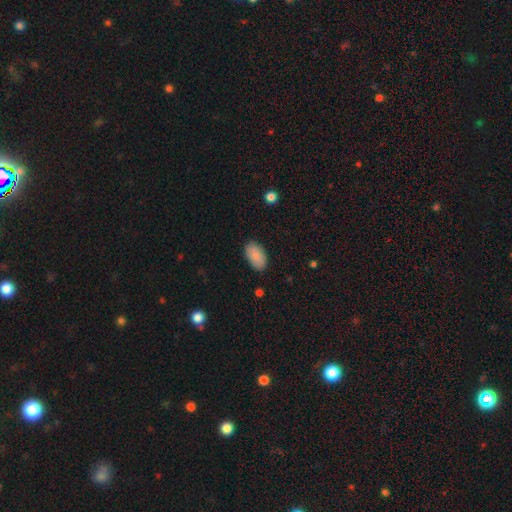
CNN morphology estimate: This is clearly a smooth galaxy (87%). How rounded: clearly in between (95%). Merging: clearly none (87%).